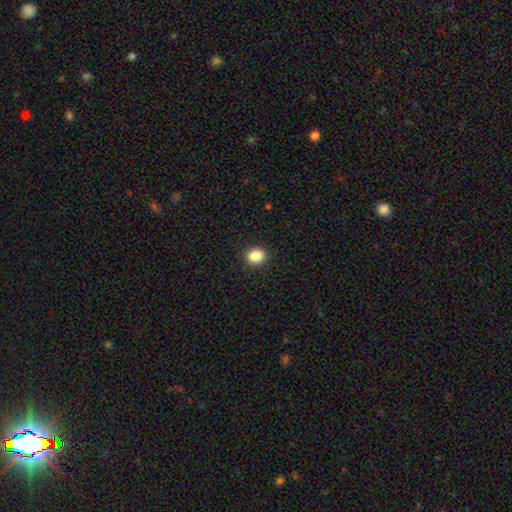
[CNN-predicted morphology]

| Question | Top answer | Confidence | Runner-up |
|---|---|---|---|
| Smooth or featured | smooth | 87% | star or artifact (10%) |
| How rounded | round | 71% | in between (28%) |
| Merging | none | 92% | minor disturbance (6%) |